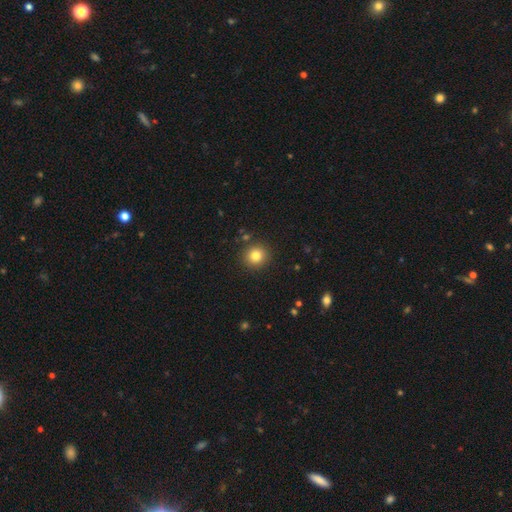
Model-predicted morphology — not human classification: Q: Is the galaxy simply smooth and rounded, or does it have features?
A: smooth — 82%.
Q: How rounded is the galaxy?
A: round — 91%.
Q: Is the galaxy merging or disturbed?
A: none — 89%.